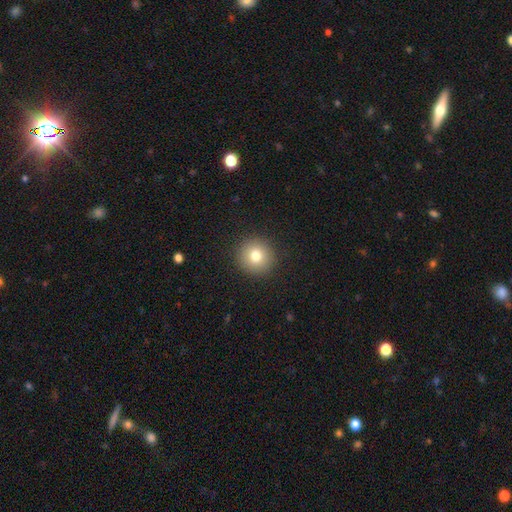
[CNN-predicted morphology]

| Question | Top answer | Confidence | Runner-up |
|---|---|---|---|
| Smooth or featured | smooth | 78% | star or artifact (11%) |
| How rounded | round | 94% | in between (5%) |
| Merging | none | 92% | minor disturbance (5%) |